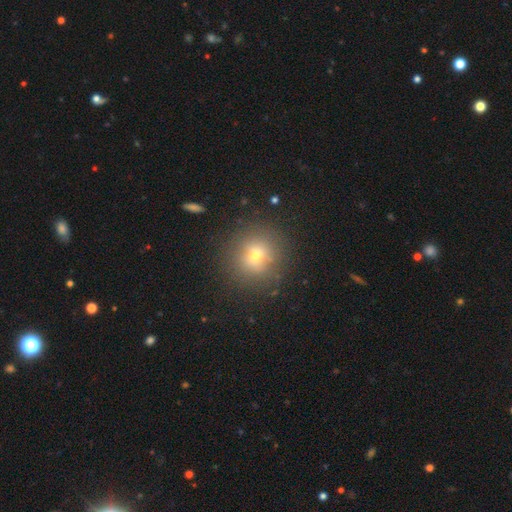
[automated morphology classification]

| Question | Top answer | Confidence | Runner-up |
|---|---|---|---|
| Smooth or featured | smooth | 70% | star or artifact (17%) |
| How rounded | round | 93% | in between (6%) |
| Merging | none | 86% | minor disturbance (8%) |